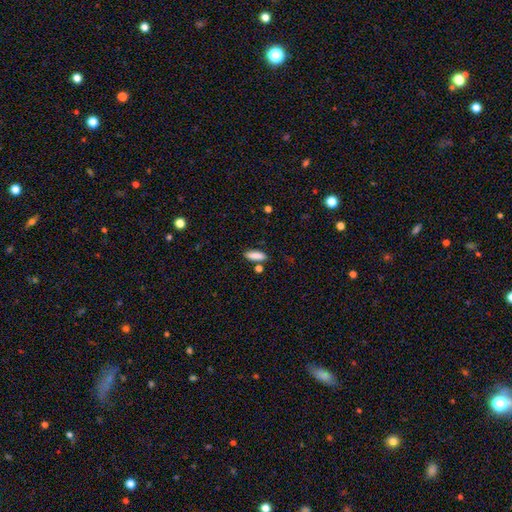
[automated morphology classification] A smooth galaxy with no disk features (86%) that is in between round and cigar-shaped (50%). Merging: none (78%).